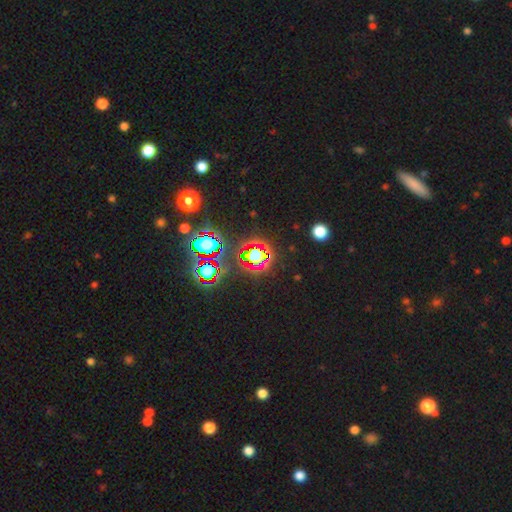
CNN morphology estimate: type=star or artifact (69%).